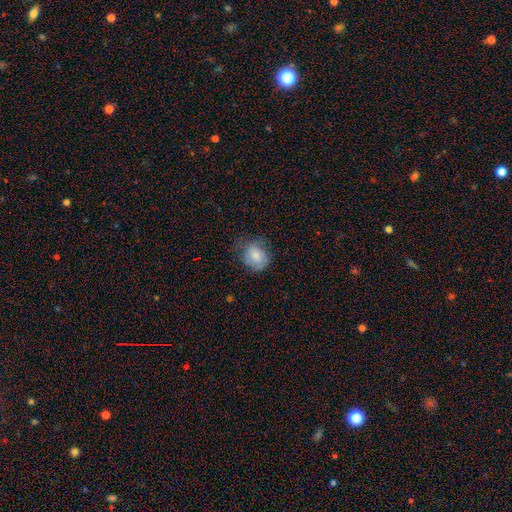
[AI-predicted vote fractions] smooth 77%, featured or disk 15%, star or artifact 8%. Down the decision tree: how rounded — round (63%); merging — none (53%).